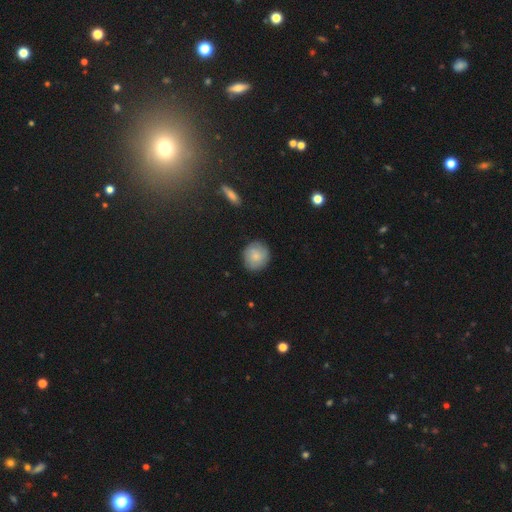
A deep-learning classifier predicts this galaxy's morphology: Q: Smooth or featured?
A: smooth (76%); runner-up: featured or disk (17%)
Q: How rounded?
A: round (88%); runner-up: in between (11%)
Q: Merging?
A: none (86%); runner-up: minor disturbance (10%)